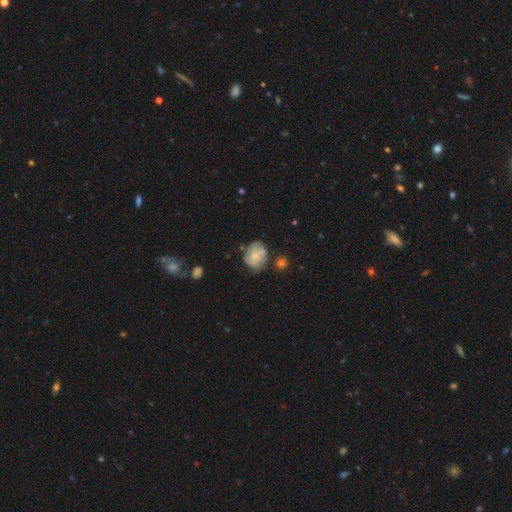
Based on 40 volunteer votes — Smooth or featured? 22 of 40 (55%) said smooth. How rounded? 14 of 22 (64%) said round. Merging? 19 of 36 (53%) said none.